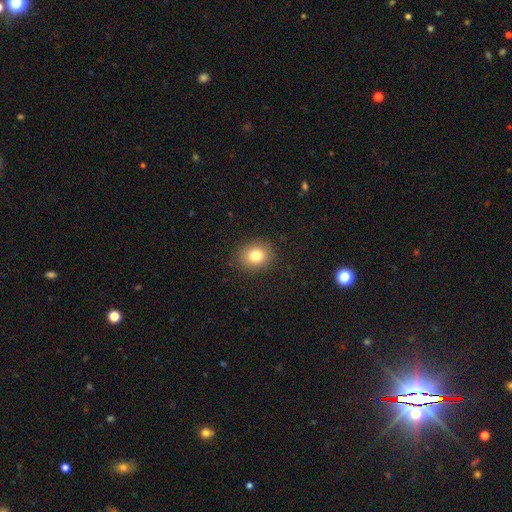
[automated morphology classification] smooth_or_featured: smooth (p=0.80) [alt: star or artifact p=0.11]
how_rounded: round (p=0.62) [alt: in between p=0.37]
merging: none (p=0.88) [alt: minor disturbance p=0.08]